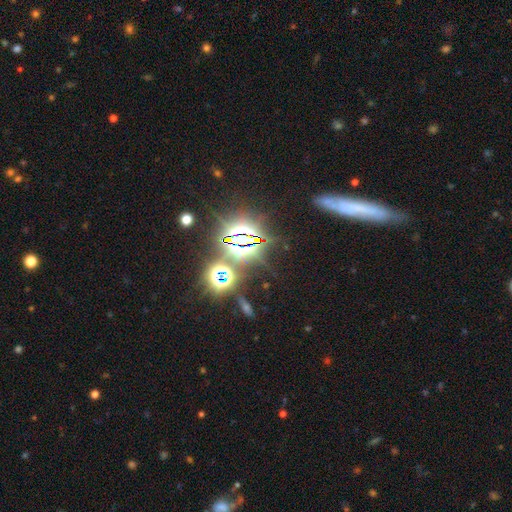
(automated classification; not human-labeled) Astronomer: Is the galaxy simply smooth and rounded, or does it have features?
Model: star or artifact — 76%.